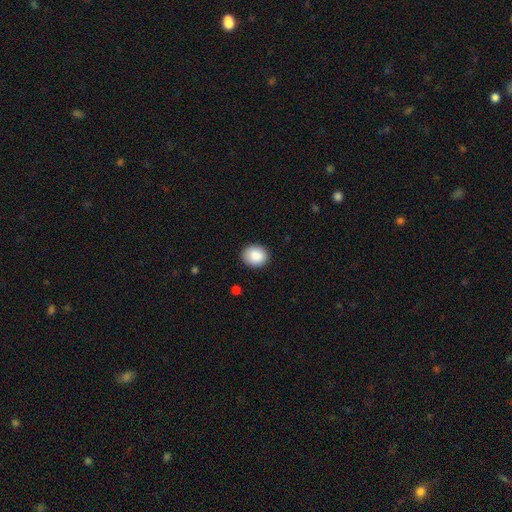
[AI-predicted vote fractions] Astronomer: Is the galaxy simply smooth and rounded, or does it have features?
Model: smooth — 89%.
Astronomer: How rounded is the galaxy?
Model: round — 68%.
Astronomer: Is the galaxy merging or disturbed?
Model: none — 88%.